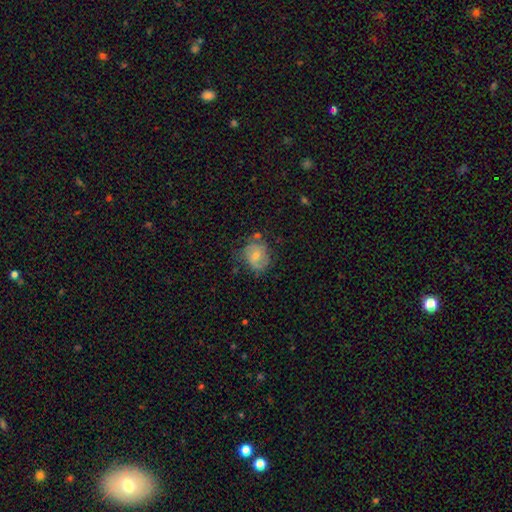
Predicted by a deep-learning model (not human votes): Morphology: type=featured or disk (49%); merging=none (54%).